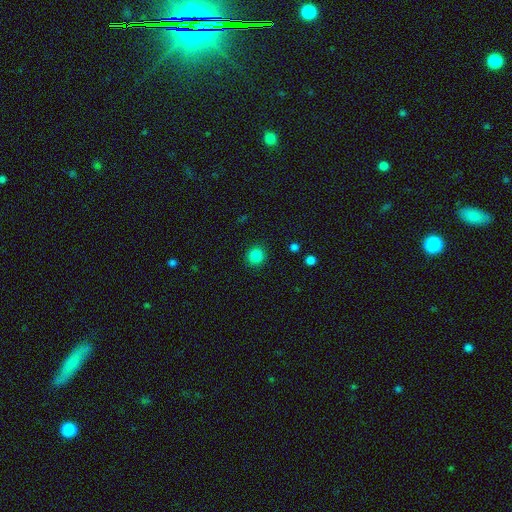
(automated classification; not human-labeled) smooth_or_featured: smooth (p=0.85) [alt: star or artifact p=0.12]
how_rounded: round (p=0.91) [alt: in between p=0.08]
merging: none (p=0.90) [alt: minor disturbance p=0.06]